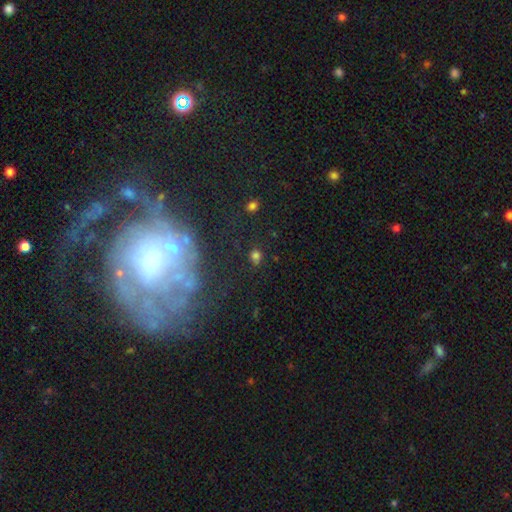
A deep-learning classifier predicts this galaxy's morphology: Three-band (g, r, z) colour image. It shows a smooth galaxy with no disk features (68%) that is round (72%). Merging: none (76%).